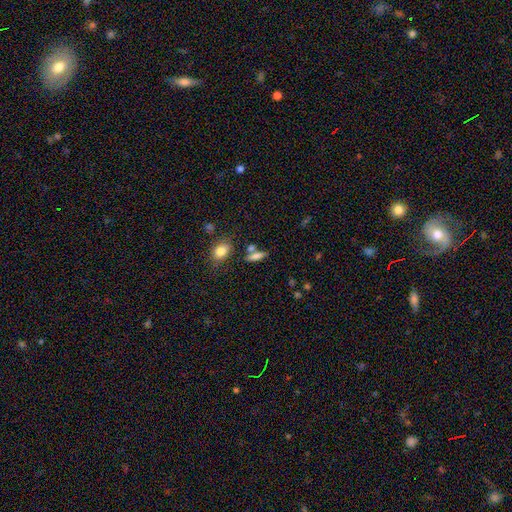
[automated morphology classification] smooth 74%, featured or disk 15%, star or artifact 10%. Down the decision tree: how rounded — cigar-shaped (52%); merging — none (66%).